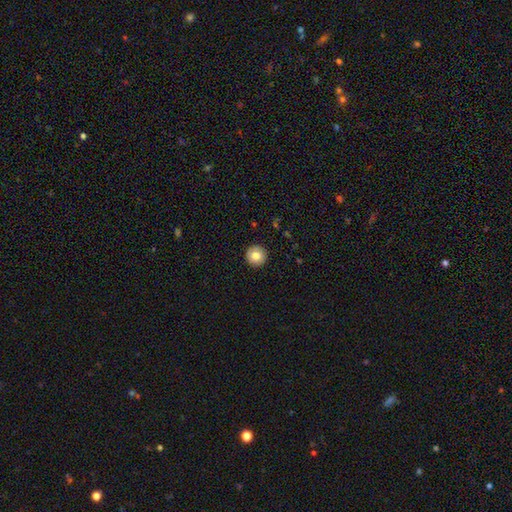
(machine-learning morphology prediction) type=smooth (80%); roundness=round (96%); merging=none (93%).